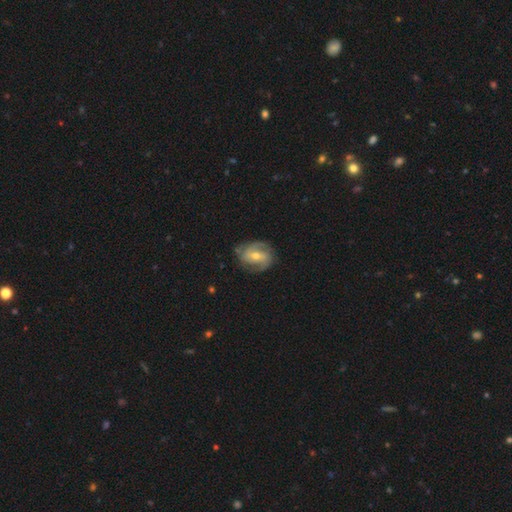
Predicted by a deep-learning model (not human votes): A featured or disk galaxy (78%) with a weak bar (45%), 2 (63%) medium (44%) spiral arms (92%) and a moderate central bulge (61%).

Vote fractions:
- Smooth or featured? featured or disk: 78% / smooth: 16% / star or artifact: 5%
- Edge-on disk? no: 97% / yes: 3%
- Bar? weak: 45% / no: 34% / strong: 21%
- Spiral arms? yes: 92% / no: 8%
- Spiral winding? medium: 44% / tight: 40% / loose: 16%
- Spiral arm count? 2: 63% / 3: 14% / can't tell: 14% / 1: 4% / 4: 3% / more than 4: 2%
- Bulge size? moderate: 61% / small: 34% / large: 3% / none: 1% / dominant: 1%
- Merging? none: 73% / minor disturbance: 19% / major disturbance: 7% / merger: 1%